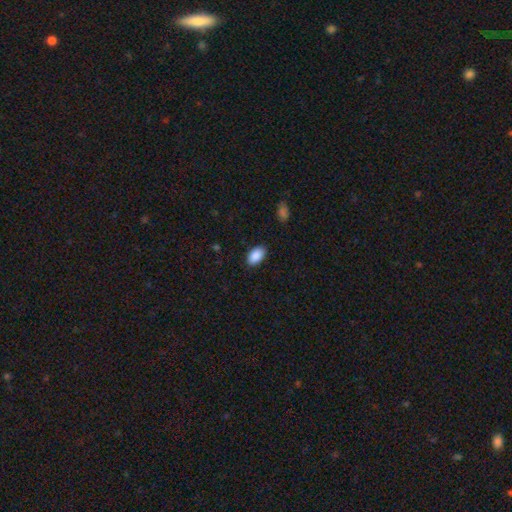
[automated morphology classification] A smooth galaxy with no disk features (90%) that is in between round and cigar-shaped (94%).

Vote fractions:
- Smooth or featured? smooth: 90% / star or artifact: 7% / featured or disk: 3%
- How rounded? in between: 94% / round: 5% / cigar-shaped: 1%
- Merging? none: 87% / minor disturbance: 9% / major disturbance: 2% / merger: 1%